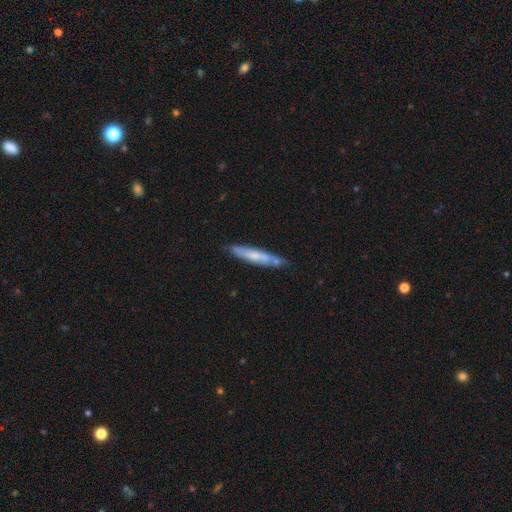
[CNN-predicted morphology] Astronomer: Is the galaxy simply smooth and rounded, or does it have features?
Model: smooth — 56% (runner-up: featured or disk, 38%).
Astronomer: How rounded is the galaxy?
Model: cigar-shaped — 92%.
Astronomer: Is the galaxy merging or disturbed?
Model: none — 73%.